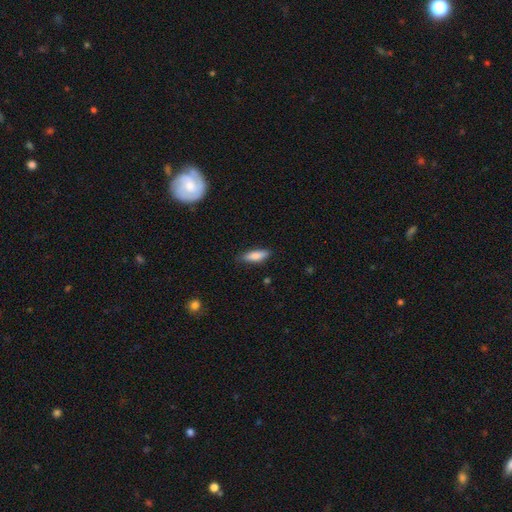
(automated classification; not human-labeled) smooth 84%, featured or disk 10%, star or artifact 6%. Down the decision tree: how rounded — in between (49%, tied with cigar-shaped); merging — none (83%).